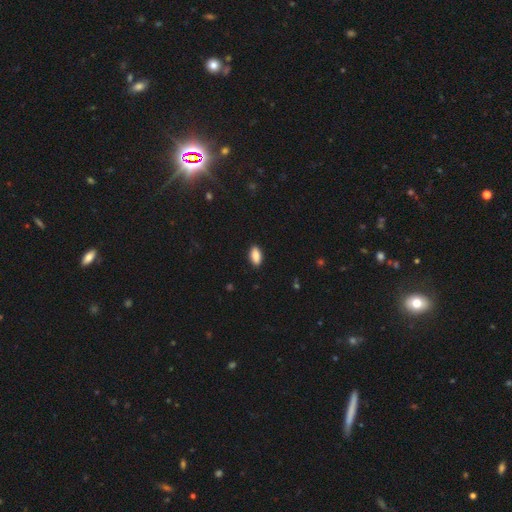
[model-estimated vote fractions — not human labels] A smooth galaxy with no disk features (88%) that is in between round and cigar-shaped (89%).

Vote fractions:
- Smooth or featured? smooth: 88% / star or artifact: 7% / featured or disk: 5%
- How rounded? in between: 89% / cigar-shaped: 8% / round: 2%
- Merging? none: 89% / minor disturbance: 8% / major disturbance: 2% / merger: 1%